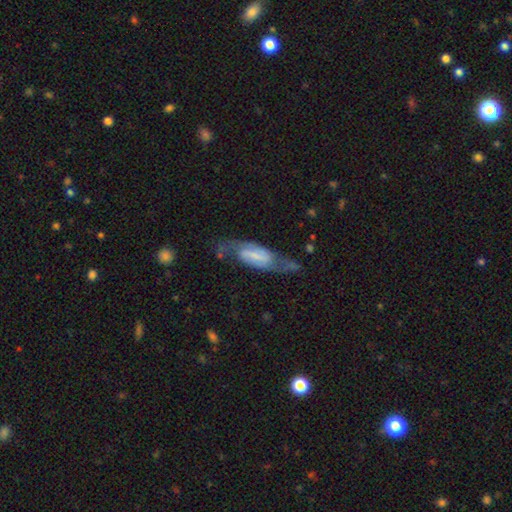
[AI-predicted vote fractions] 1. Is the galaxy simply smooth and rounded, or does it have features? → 78% featured or disk, 15% smooth, 6% star or artifact.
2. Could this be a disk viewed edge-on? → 92% no, 8% yes.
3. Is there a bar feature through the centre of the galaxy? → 43% strong, 41% weak, 17% no.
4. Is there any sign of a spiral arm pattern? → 92% yes, 8% no.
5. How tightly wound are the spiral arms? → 47% medium, 36% loose, 18% tight.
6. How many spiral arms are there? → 90% 2, 5% can't tell, 2% 1, 1% 3, 1% 4, 1% more than 4.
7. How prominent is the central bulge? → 46% small, 23% none, 22% moderate, 7% large, 2% dominant.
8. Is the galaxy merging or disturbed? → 62% none, 19% minor disturbance, 15% major disturbance, 4% merger.